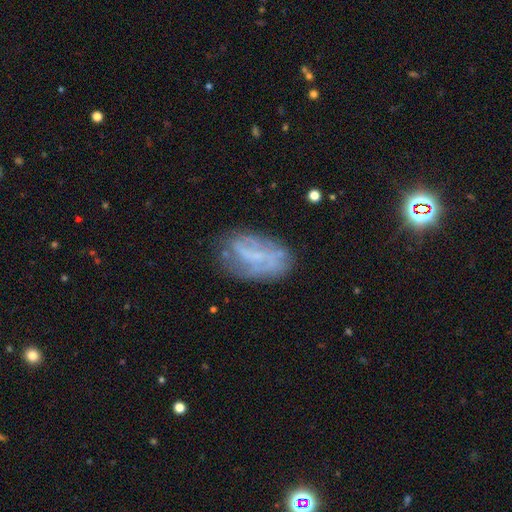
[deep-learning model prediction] smooth-or-featured: featured or disk: 60% | smooth: 28% | star or artifact: 12%
  disk-edge-on: no: 95% | yes: 5%
    bar: no: 44% | weak: 36% | strong: 20%
    has-spiral-arms: yes: 57% | no: 43%
    bulge-size: none: 57% | small: 32% | moderate: 9% | large: 1% | dominant: 1%
  merging: none: 60% | minor disturbance: 23% | major disturbance: 14% | merger: 3%